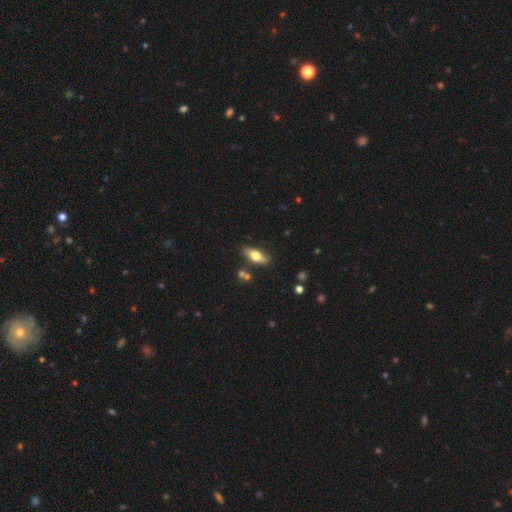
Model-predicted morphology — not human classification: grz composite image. It shows a smooth galaxy with no disk features (59%) that is in between round and cigar-shaped (70%). Merging: none (75%).